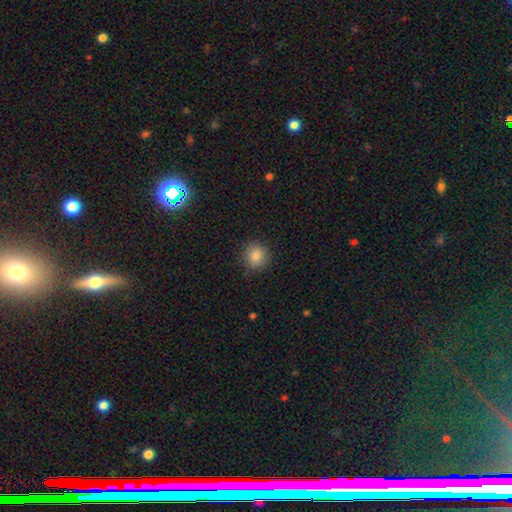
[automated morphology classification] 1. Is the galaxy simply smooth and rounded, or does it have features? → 84% smooth, 11% star or artifact, 6% featured or disk.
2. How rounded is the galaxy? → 89% round, 10% in between, 1% cigar-shaped.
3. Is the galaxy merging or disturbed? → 88% none, 9% minor disturbance, 2% major disturbance, 1% merger.